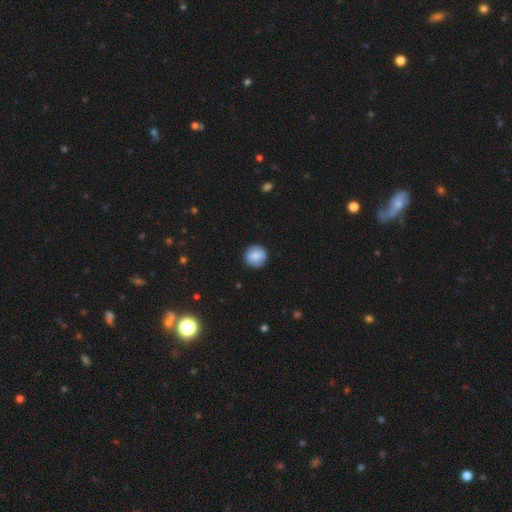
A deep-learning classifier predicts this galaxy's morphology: Smooth or featured? smooth (78%)
How rounded? round (93%)
Merging? none (88%)